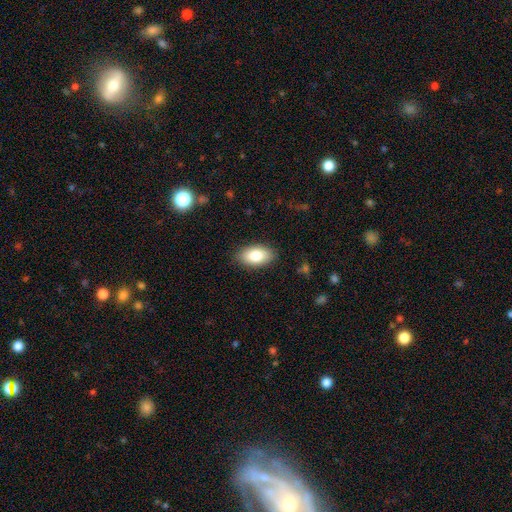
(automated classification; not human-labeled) The model was most divided on "smooth or featured": smooth: 82%, featured or disk: 11%, star or artifact: 7%. More confident: how rounded — in between (94%); merging — none (87%).